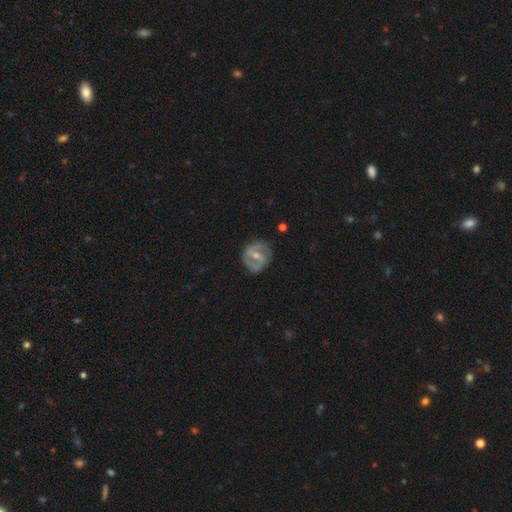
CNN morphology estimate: Smooth or featured? featured or disk (73%)
Edge-on disk? no (96%)
Bar? weak (43%)
Spiral arms? yes (78%)
Spiral winding? medium (46%)
Spiral arm count? 2 (80%)
Bulge size? moderate (52%)
Merging? none (75%)